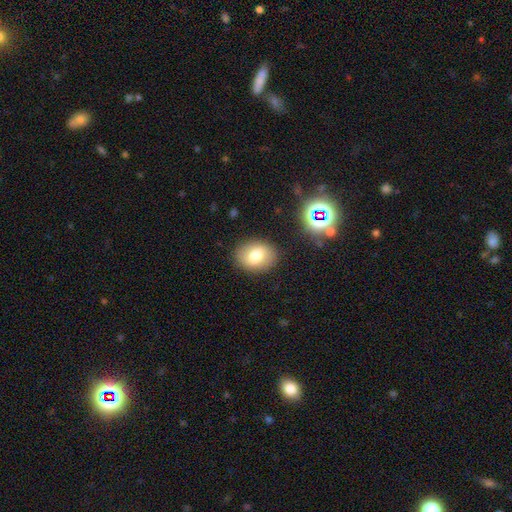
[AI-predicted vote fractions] Smooth or featured?
  - smooth: 72% *
  - featured or disk: 17%
  - star or artifact: 11%
How rounded?
  - in between: 55% *
  - round: 44%
  - cigar-shaped: 1%
Merging?
  - none: 85% *
  - minor disturbance: 10%
  - major disturbance: 3%
  - merger: 2%